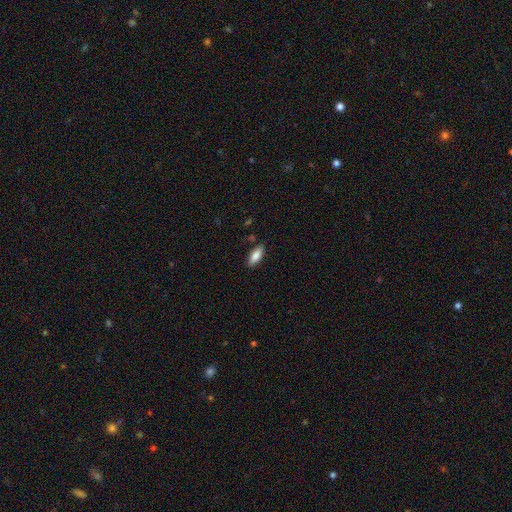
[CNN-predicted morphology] smooth_or_featured: smooth (p=0.83) [alt: featured or disk p=0.10]
how_rounded: in between (p=0.76) [alt: cigar-shaped p=0.22]
merging: none (p=0.85) [alt: minor disturbance p=0.11]